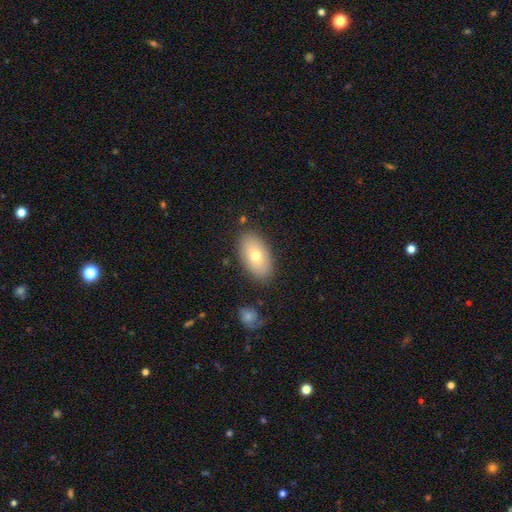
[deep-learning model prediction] smooth 71%, featured or disk 21%, star or artifact 8%. Down the decision tree: how rounded — in between (92%); merging — none (84%).